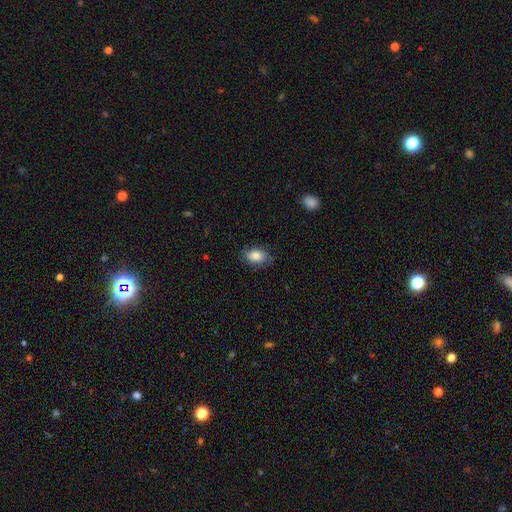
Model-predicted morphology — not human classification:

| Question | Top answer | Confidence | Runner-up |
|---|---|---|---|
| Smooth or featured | smooth | 83% | featured or disk (9%) |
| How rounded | in between | 87% | round (12%) |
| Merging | none | 77% | minor disturbance (18%) |